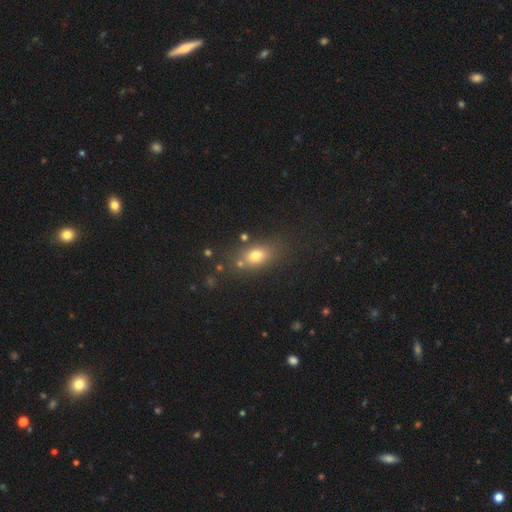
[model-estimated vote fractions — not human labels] The model was most divided on "how rounded": in between: 70%, round: 25%, cigar-shaped: 5%. More confident: smooth or featured — smooth (74%); merging — none (71%).